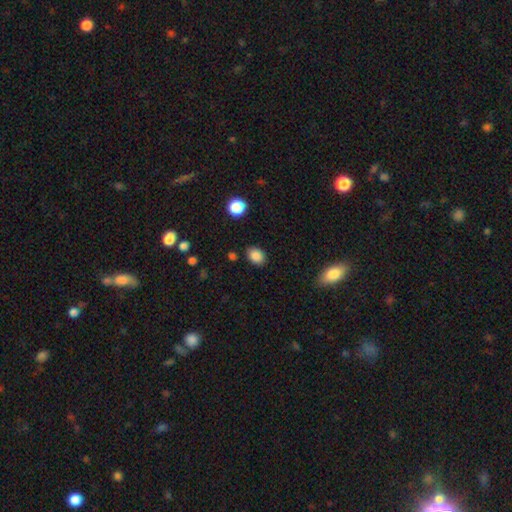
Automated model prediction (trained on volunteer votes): Q: Smooth or featured?
A: smooth (86%); runner-up: star or artifact (10%)
Q: How rounded?
A: in between (65%); runner-up: round (34%)
Q: Merging?
A: none (85%); runner-up: minor disturbance (10%)